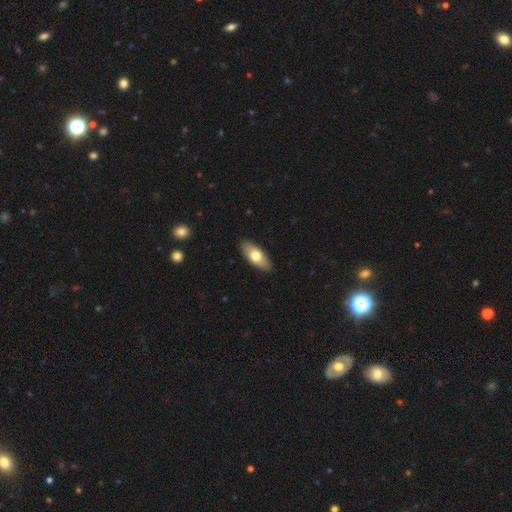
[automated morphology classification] Smooth or featured? smooth (69%)
How rounded? in between (81%)
Merging? none (89%)